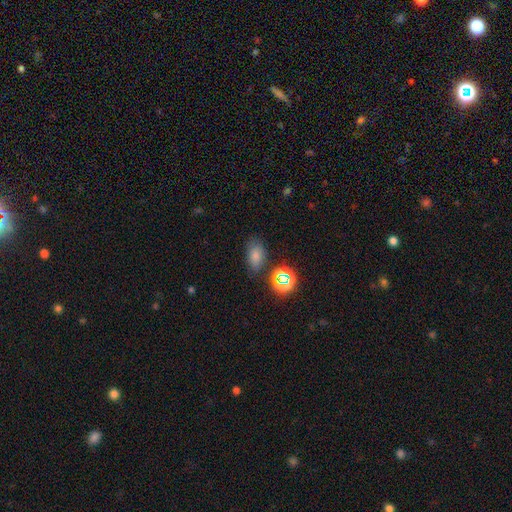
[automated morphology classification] A smooth galaxy with no disk features (74%) that is in between round and cigar-shaped (86%).

Vote fractions:
- Smooth or featured? smooth: 74% / star or artifact: 18% / featured or disk: 8%
- How rounded? in between: 86% / round: 12% / cigar-shaped: 3%
- Merging? none: 74% / minor disturbance: 16% / merger: 6% / major disturbance: 5%